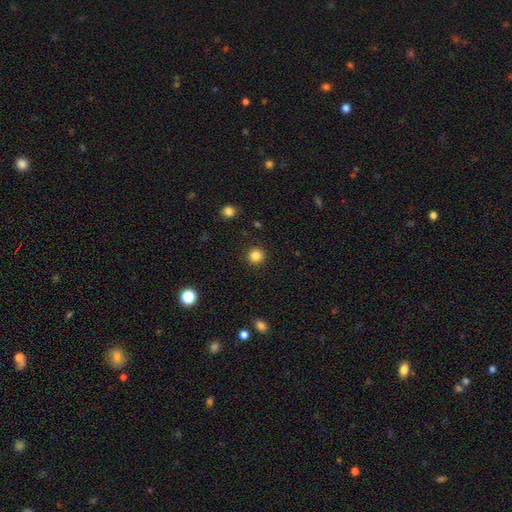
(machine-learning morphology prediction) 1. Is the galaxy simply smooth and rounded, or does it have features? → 85% smooth, 11% star or artifact, 4% featured or disk.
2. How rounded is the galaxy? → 93% round, 6% in between, 1% cigar-shaped.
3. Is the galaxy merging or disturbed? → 92% none, 5% minor disturbance, 2% major disturbance, 1% merger.